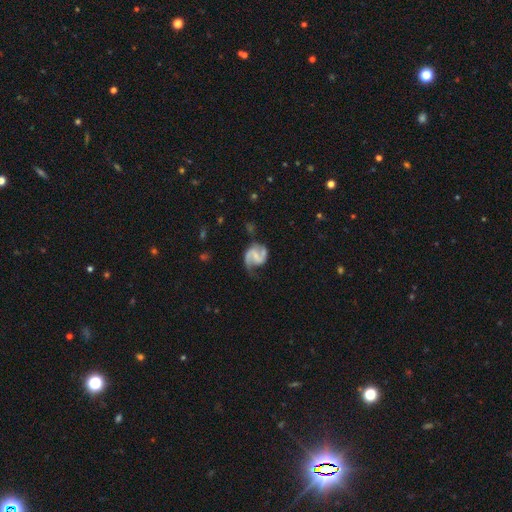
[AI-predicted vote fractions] A featured or disk galaxy (85%) with a weak bar (47%), 2 (85%) medium (51%) spiral arms (96%) and a small central bulge (48%). Merging: none (60%).